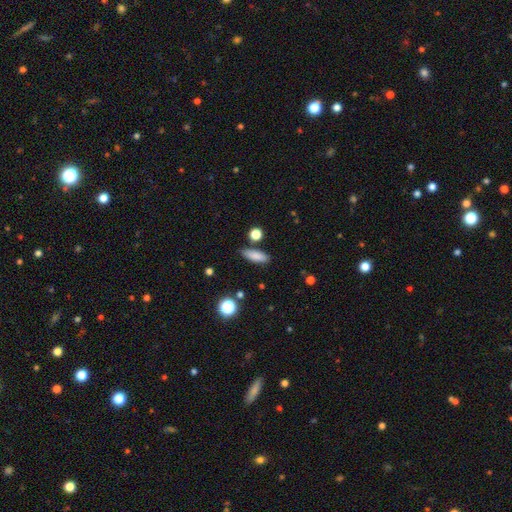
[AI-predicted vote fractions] smooth_or_featured: smooth (p=0.83) [alt: star or artifact p=0.09]
how_rounded: in between (p=0.57) [alt: cigar-shaped p=0.38]
merging: none (p=0.80) [alt: minor disturbance p=0.13]